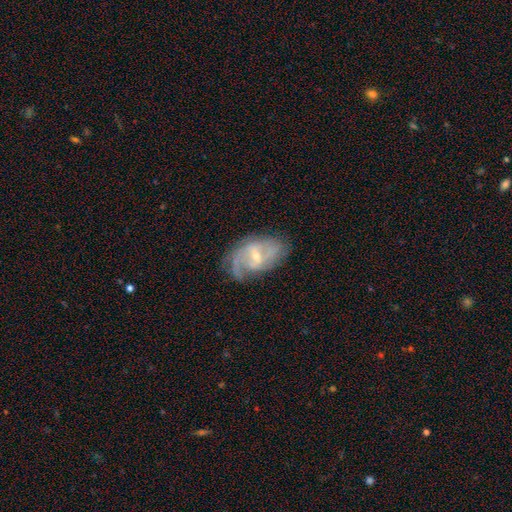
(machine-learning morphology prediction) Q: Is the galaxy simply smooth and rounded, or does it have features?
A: featured or disk — 81%.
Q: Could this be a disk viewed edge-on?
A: no — 96%.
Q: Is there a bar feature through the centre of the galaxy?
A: weak — 51%.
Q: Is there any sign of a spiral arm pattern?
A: yes — 90%.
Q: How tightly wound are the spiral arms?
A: medium — 45%.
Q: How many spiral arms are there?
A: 2 — 51%.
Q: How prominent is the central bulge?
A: small — 63%.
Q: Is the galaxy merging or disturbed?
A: none — 58%.